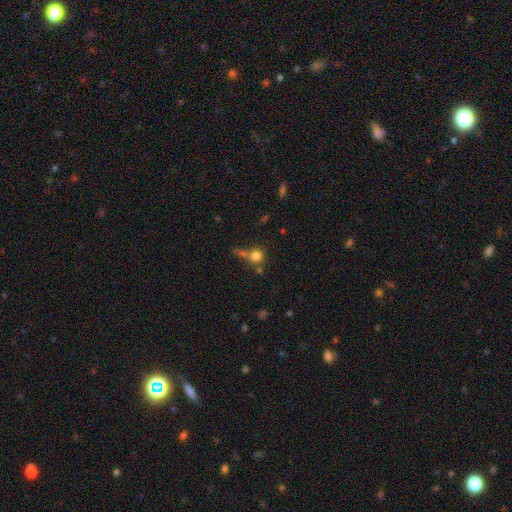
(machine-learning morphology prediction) Smooth or featured? Predicted: smooth (p=0.78). How rounded? Predicted: round (p=0.89). Merging? Predicted: none (p=0.53).